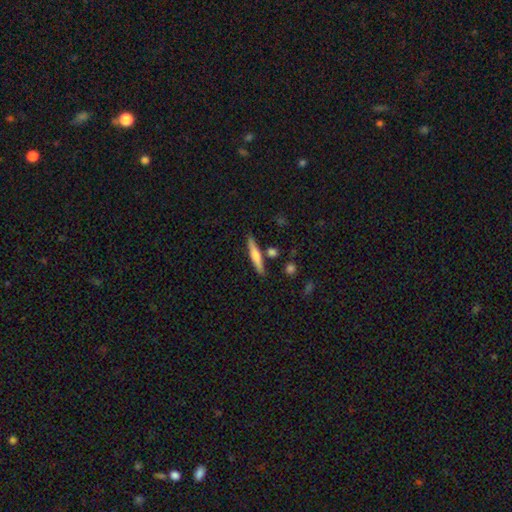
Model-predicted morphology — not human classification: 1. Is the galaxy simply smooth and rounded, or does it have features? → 60% smooth, 34% featured or disk, 6% star or artifact.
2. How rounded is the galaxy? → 90% cigar-shaped, 8% in between, 2% round.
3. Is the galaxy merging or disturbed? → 83% none, 9% minor disturbance, 6% merger, 2% major disturbance.